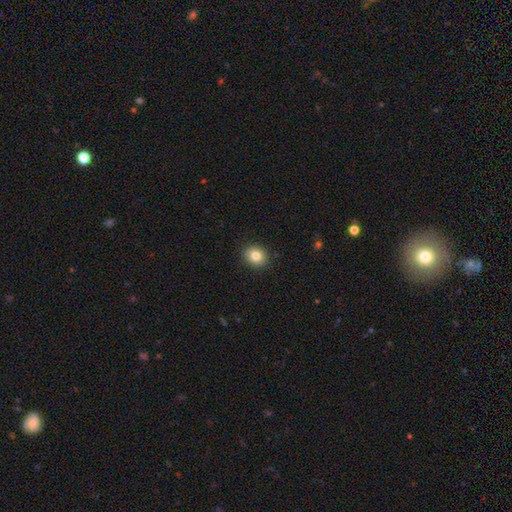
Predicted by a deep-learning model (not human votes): Smooth or featured? Predicted: smooth (p=0.82). How rounded? Predicted: round (p=0.70). Merging? Predicted: none (p=0.91).